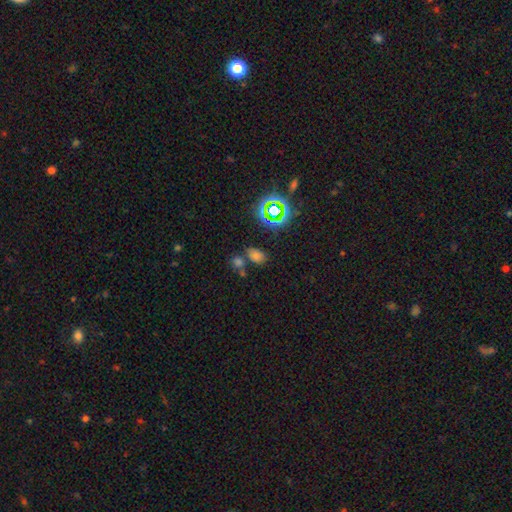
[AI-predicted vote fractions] smooth_or_featured: smooth (p=0.65) [alt: star or artifact p=0.28]
how_rounded: in between (p=0.80) [alt: round p=0.18]
merging: none (p=0.63) [alt: merger p=0.20]